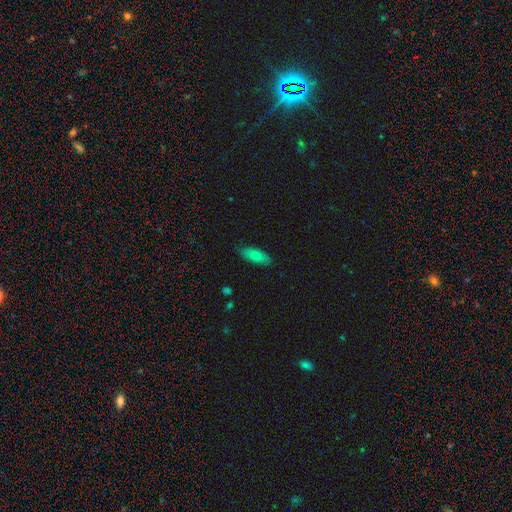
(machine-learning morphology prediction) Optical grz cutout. It shows a smooth galaxy with no disk features (71%) that is in between round and cigar-shaped (73%). Merging: none (85%).